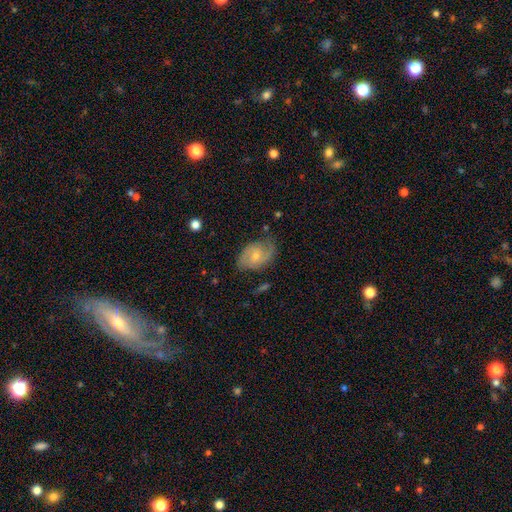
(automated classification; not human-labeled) smooth_or_featured: featured or disk (p=0.64) [alt: smooth p=0.29]
disk_edge_on: no (p=0.97) [alt: yes p=0.03]
bar: no (p=0.58) [alt: weak p=0.36]
has_spiral_arms: yes (p=0.89) [alt: no p=0.11]
spiral_winding: medium (p=0.46) [alt: tight p=0.32]
spiral_arm_count: 2 (p=0.76) [alt: can't tell p=0.13]
bulge_size: small (p=0.58) [alt: moderate p=0.36]
merging: none (p=0.66) [alt: minor disturbance p=0.24]